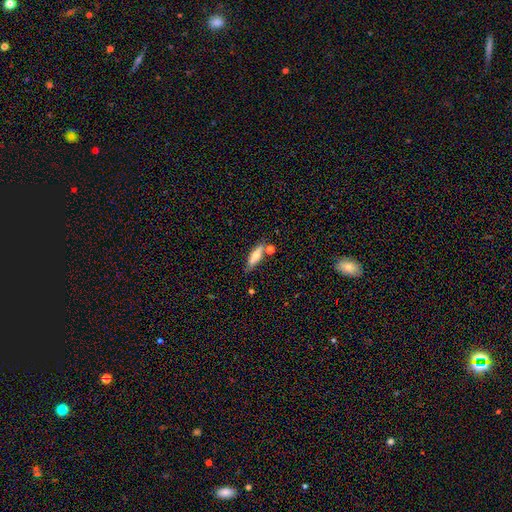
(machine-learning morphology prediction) A smooth galaxy with no disk features (64%) that is cigar-shaped (63%). Merging: none (72%).